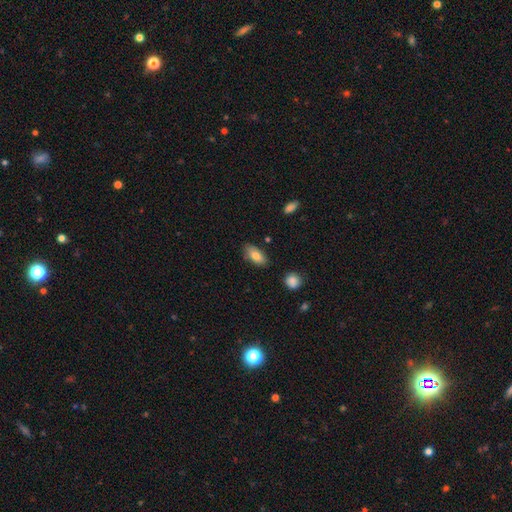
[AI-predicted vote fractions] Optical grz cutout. It shows a smooth galaxy with no disk features (79%) that is in between round and cigar-shaped (89%). Merging: none (80%).